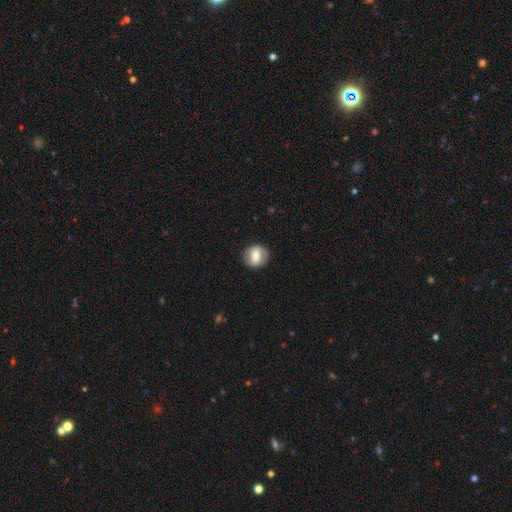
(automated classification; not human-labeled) This appears to be a smooth galaxy with no disk features (59%) that is round (75%). Merging: none (87%).